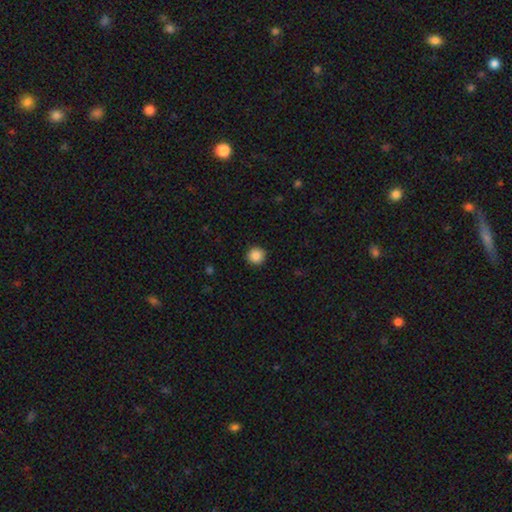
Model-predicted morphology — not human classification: Smooth or featured?
  - smooth: 87% *
  - star or artifact: 10%
  - featured or disk: 4%
How rounded?
  - round: 95% *
  - in between: 4%
  - cigar-shaped: 1%
Merging?
  - none: 93% *
  - minor disturbance: 5%
  - major disturbance: 2%
  - merger: 1%